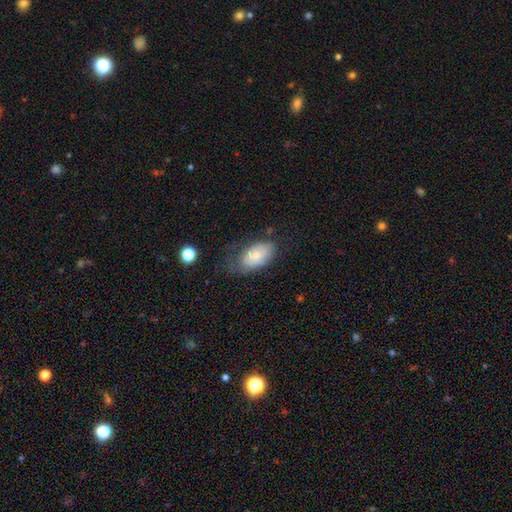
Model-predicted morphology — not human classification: Smooth or featured? smooth (73%)
How rounded? in between (94%)
Merging? none (52%)